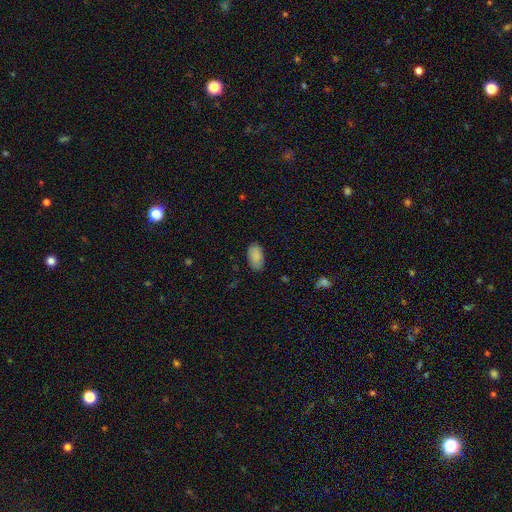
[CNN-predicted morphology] smooth 88%, star or artifact 7%, featured or disk 6%. Down the decision tree: how rounded — in between (95%); merging — none (84%).